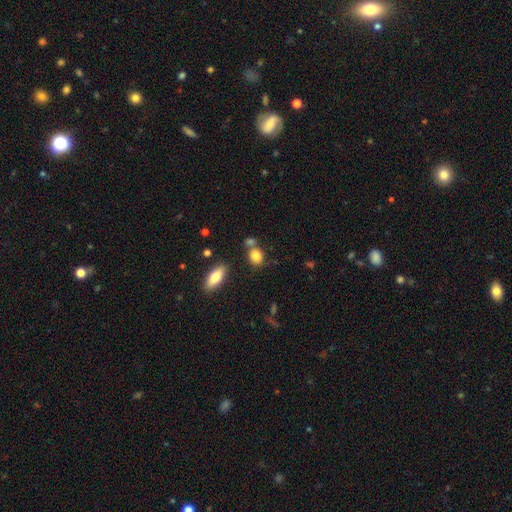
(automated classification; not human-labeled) Overall: smooth (83%). How rounded: in between (52%; round 45%). Merging: none (60%; merger 22%).